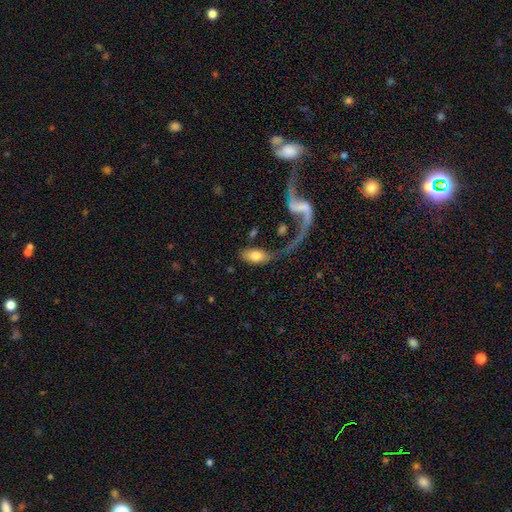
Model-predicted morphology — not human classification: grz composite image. It shows a smooth galaxy with no disk features (68%) that is in between round and cigar-shaped (92%). Merging: none (39%).